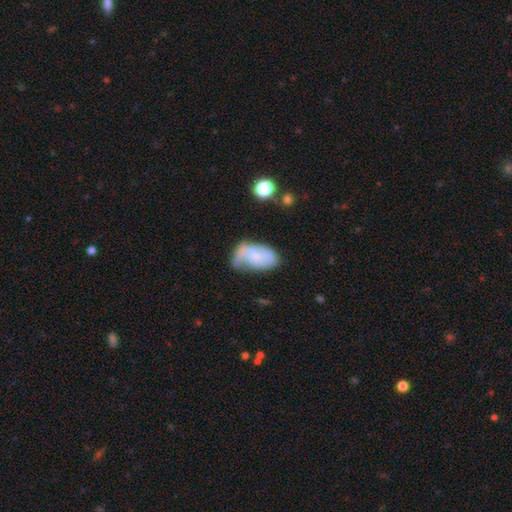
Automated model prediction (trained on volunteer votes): Morphology: type=featured or disk (67%); edge-on=no (97%); bar=no (64%); spiral arms=yes (88%); winding=medium (41%); arm count=2 (57%); bulge=small (65%); merging=none (45%).